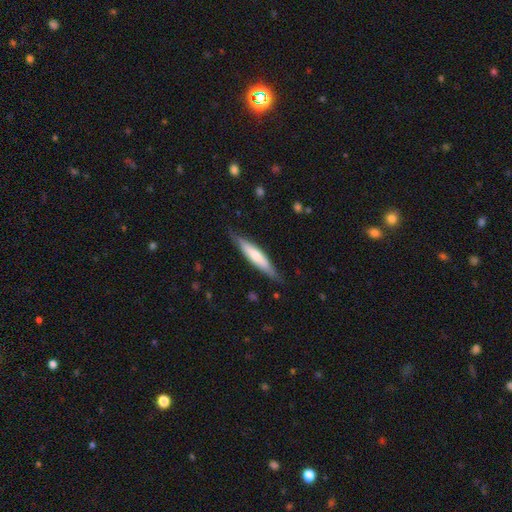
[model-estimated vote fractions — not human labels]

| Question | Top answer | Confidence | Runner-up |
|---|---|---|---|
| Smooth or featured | smooth | 53% | featured or disk (42%) |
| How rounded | cigar-shaped | 85% | in between (14%) |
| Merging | none | 81% | minor disturbance (15%) |